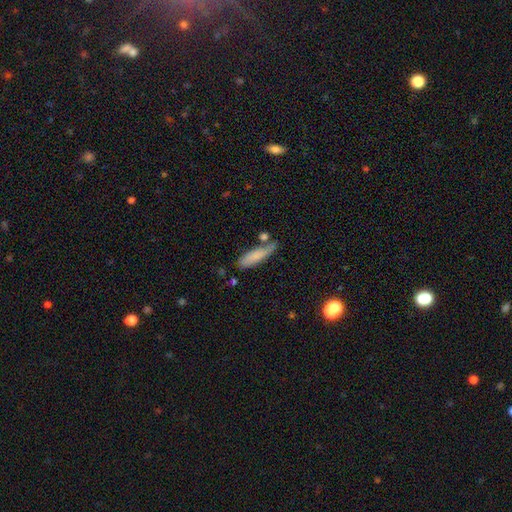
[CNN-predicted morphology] smooth 76%, featured or disk 16%, star or artifact 7%. Down the decision tree: how rounded — cigar-shaped (67%); merging — none (59%).